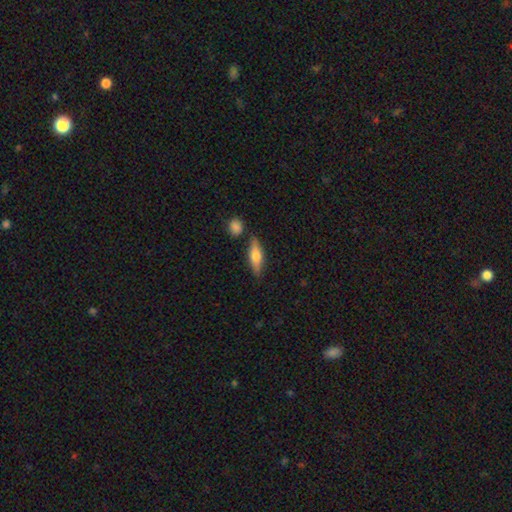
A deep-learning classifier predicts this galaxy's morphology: Smooth or featured? smooth (52%)
How rounded? cigar-shaped (53%)
Merging? none (79%)